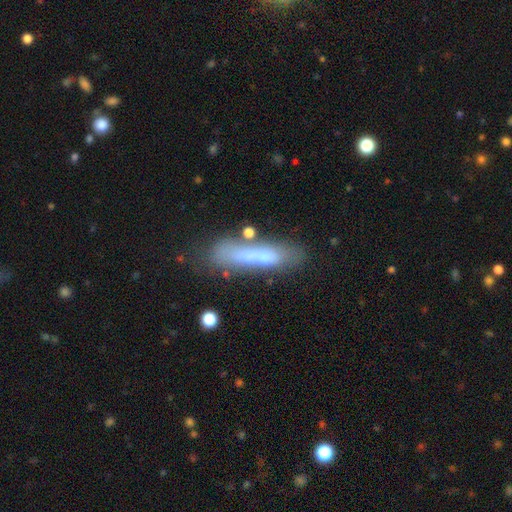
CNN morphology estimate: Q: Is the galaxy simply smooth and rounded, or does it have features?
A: smooth — 60%.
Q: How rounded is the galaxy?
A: cigar-shaped — 78%.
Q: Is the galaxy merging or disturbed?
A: none — 56%.